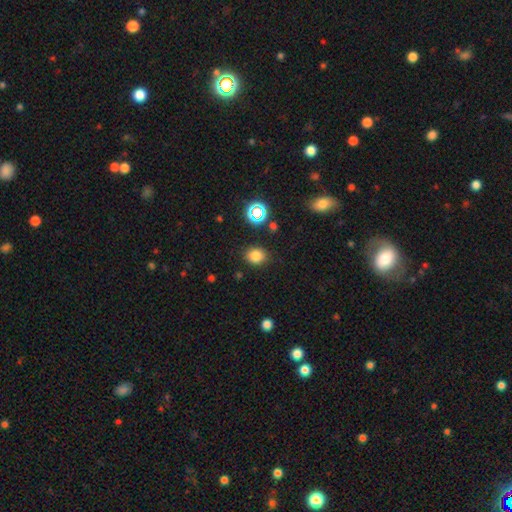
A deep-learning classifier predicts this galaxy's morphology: Smooth or featured? Predicted: smooth (p=0.79). How rounded? Predicted: round (p=0.66). Merging? Predicted: none (p=0.86).